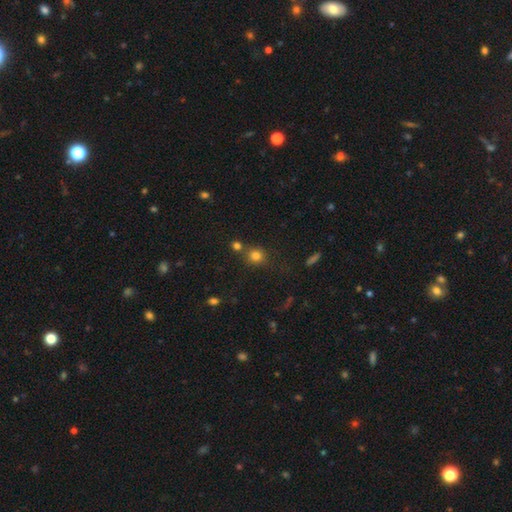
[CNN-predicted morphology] Smooth or featured? Predicted: smooth (p=0.79). How rounded? Predicted: round (p=0.83). Merging? Predicted: none (p=0.65).